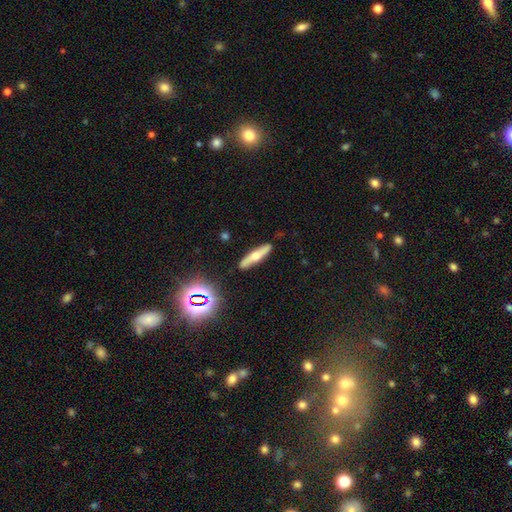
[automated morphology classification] This appears to be a featured or disk galaxy (50%). Merging: none (87%).